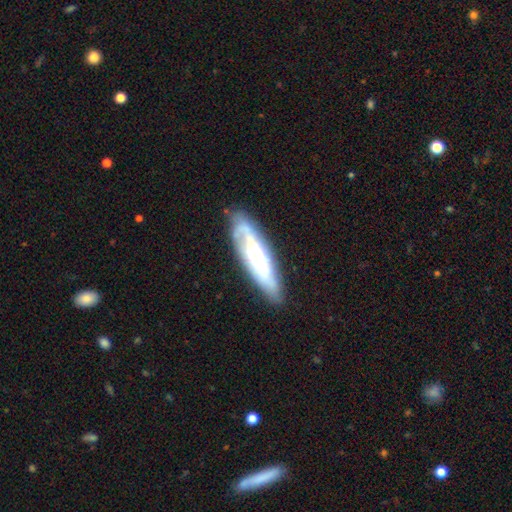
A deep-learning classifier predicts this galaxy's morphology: The model was most divided on "edge-on disk": yes: 54%, no: 46%. More confident: merging — none (79%); smooth or featured — featured or disk (56%).